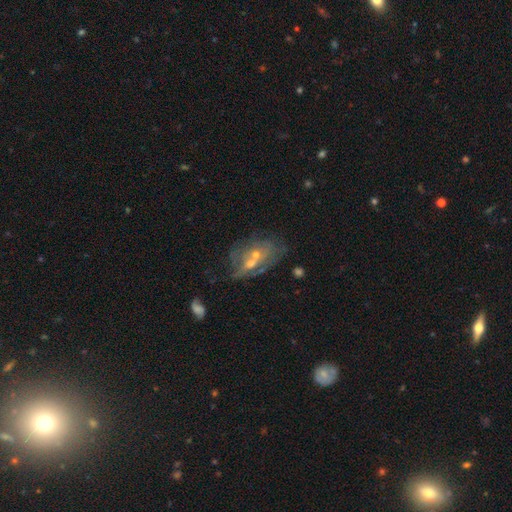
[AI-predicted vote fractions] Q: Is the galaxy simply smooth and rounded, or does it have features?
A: featured or disk — 57%.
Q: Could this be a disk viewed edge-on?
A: no — 90%.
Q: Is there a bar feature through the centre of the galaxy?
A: no — 79%.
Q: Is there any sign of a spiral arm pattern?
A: no — 65%.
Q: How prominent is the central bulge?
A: small — 45%, tied with moderate.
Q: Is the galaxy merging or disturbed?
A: none — 35%, tied with merger.